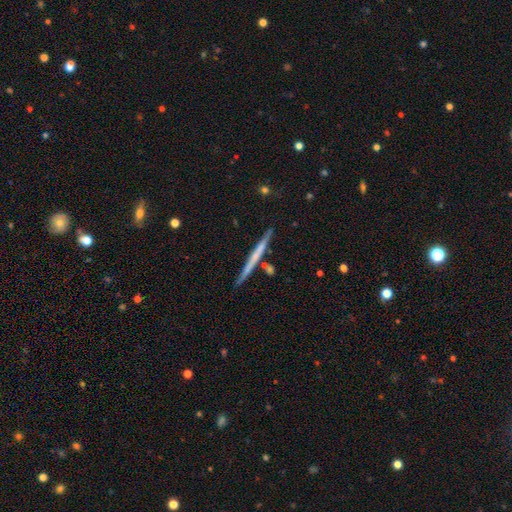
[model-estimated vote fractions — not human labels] smooth-or-featured: featured or disk: 52% | smooth: 43% | star or artifact: 6%
  disk-edge-on: yes: 97% | no: 3%
    edge-on-bulge: none: 86% | rounded: 10% | boxy: 4%
  merging: none: 87% | minor disturbance: 8% | merger: 4% | major disturbance: 2%